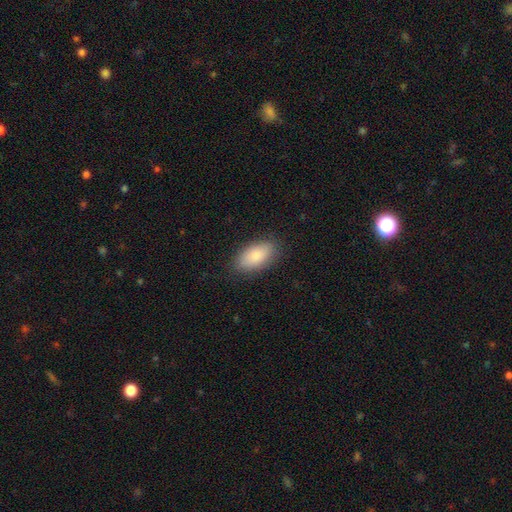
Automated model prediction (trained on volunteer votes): The model was most divided on "merging": none: 85%, minor disturbance: 11%, major disturbance: 3%, merger: 1%. More confident: how rounded — in between (92%); smooth or featured — smooth (85%).